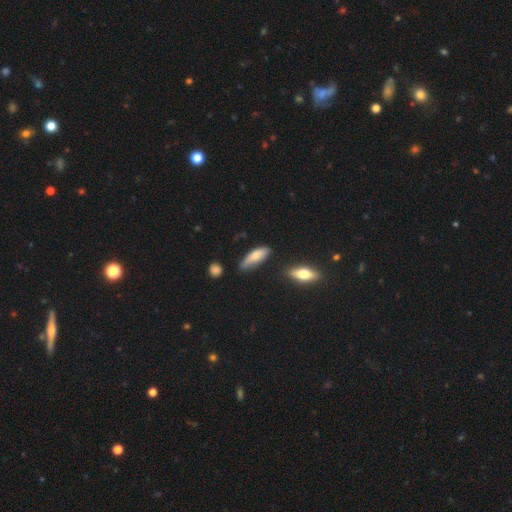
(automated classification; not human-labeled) This appears to be a smooth galaxy with no disk features (71%) that is in between round and cigar-shaped (58%). Merging: none (59%).